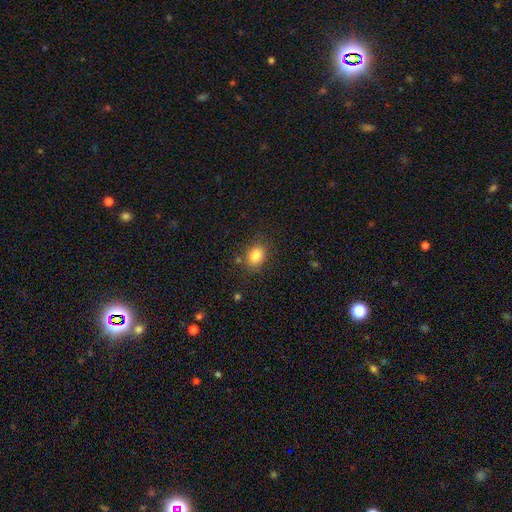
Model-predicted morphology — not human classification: The model was most divided on "how rounded": in between: 52%, round: 47%, cigar-shaped: 1%. More confident: smooth or featured — smooth (84%); merging — none (81%).